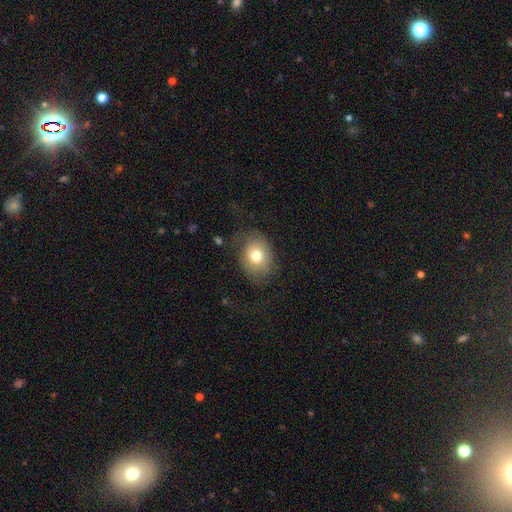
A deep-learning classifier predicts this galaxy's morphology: smooth_or_featured: smooth (p=0.75) [alt: featured or disk p=0.15]
how_rounded: in between (p=0.50) [alt: round p=0.49]
merging: none (p=0.67) [alt: minor disturbance p=0.20]